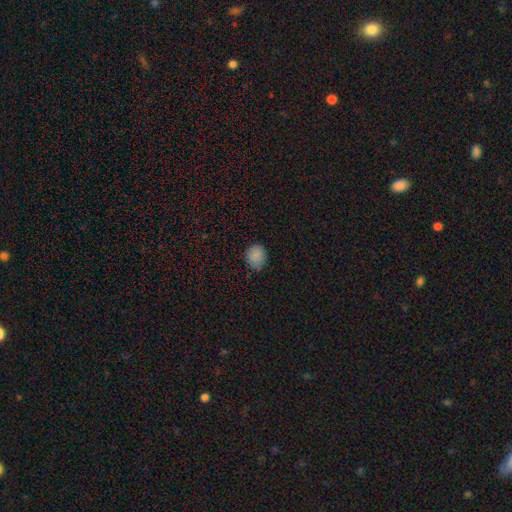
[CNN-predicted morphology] Smooth or featured: smooth — 84% (star or artifact — 11%)
How rounded: round — 68% (in between — 31%)
Merging: none — 76% (minor disturbance — 19%)